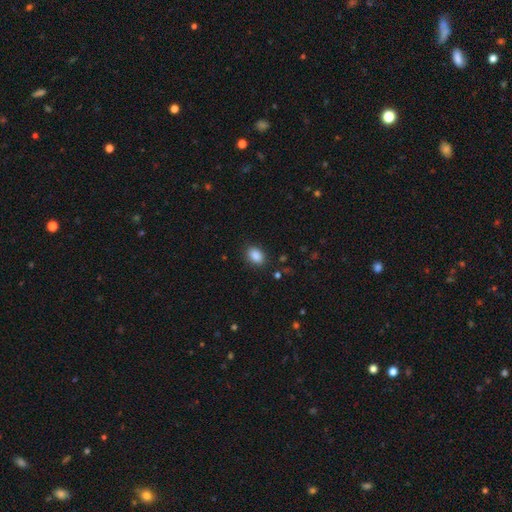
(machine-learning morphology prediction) A smooth galaxy with no disk features (88%) that is in between round and cigar-shaped (81%). Merging: none (86%).